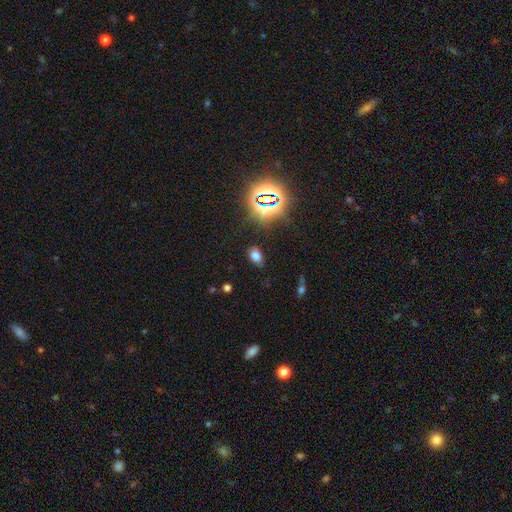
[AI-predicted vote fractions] Q: Smooth or featured?
A: smooth (65%); runner-up: star or artifact (27%)
Q: How rounded?
A: in between (83%); runner-up: round (15%)
Q: Merging?
A: none (81%); runner-up: minor disturbance (13%)